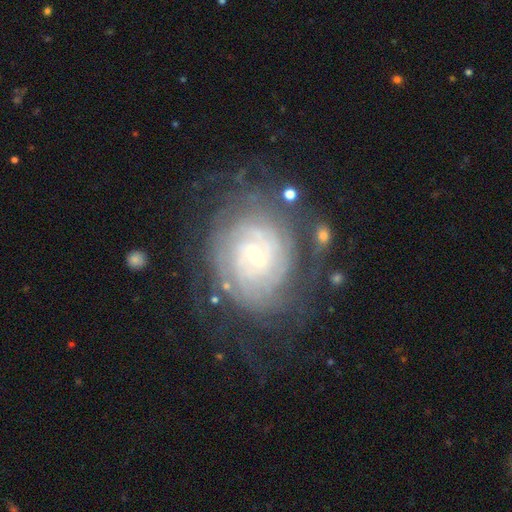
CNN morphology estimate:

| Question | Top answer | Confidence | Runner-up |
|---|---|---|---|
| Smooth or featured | featured or disk | 85% | smooth (9%) |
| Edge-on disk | no | 97% | yes (3%) |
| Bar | weak | 49% | no (37%) |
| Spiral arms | yes | 95% | no (5%) |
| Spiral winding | tight | 77% | medium (18%) |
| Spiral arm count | can't tell | 43% | 2 (17%) |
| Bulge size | small | 75% | moderate (20%) |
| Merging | none | 68% | minor disturbance (17%) |